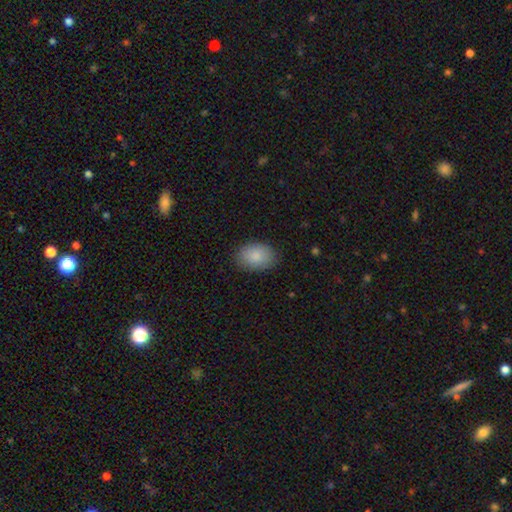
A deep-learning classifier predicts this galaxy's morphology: Smooth or featured? smooth (87%)
How rounded? in between (82%)
Merging? none (85%)